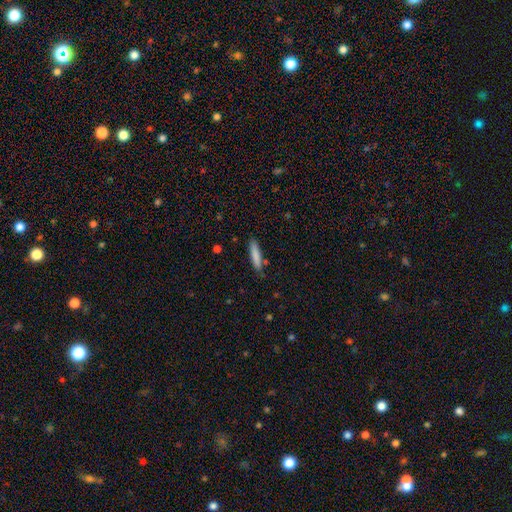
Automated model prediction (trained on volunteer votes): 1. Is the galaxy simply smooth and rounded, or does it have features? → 82% smooth, 12% featured or disk, 6% star or artifact.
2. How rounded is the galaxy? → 85% cigar-shaped, 14% in between, 1% round.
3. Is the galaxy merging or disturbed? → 83% none, 12% minor disturbance, 3% merger, 2% major disturbance.